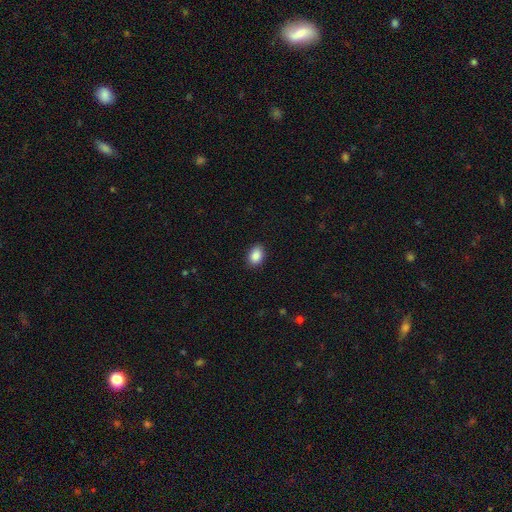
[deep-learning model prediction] Overall: smooth (89%). How rounded: in between (78%). Merging: none (90%).